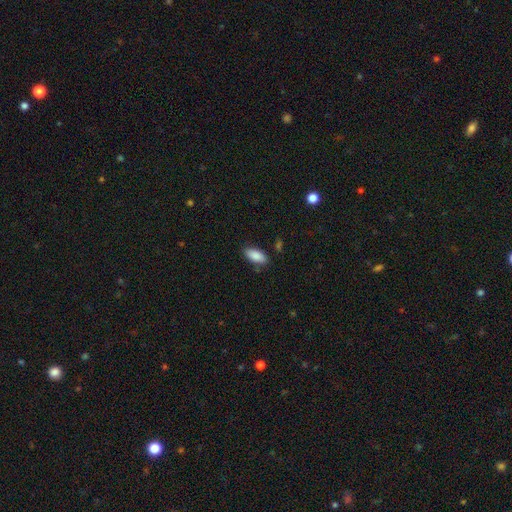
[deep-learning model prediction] This appears to be a smooth galaxy with no disk features (88%) that is in between round and cigar-shaped (89%). Merging: none (84%).